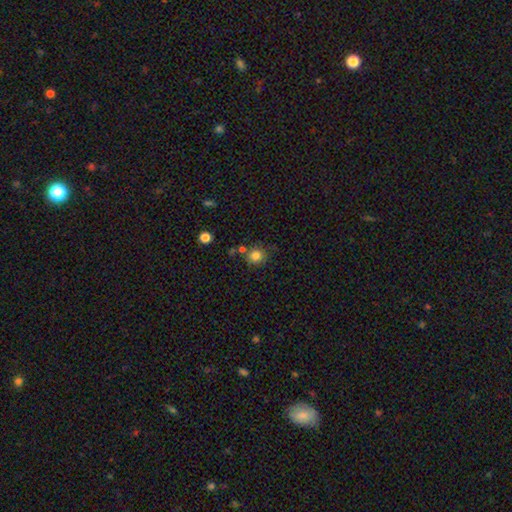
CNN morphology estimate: Smooth or featured: smooth — 81% (star or artifact — 12%)
How rounded: round — 87% (in between — 12%)
Merging: none — 72% (minor disturbance — 14%)